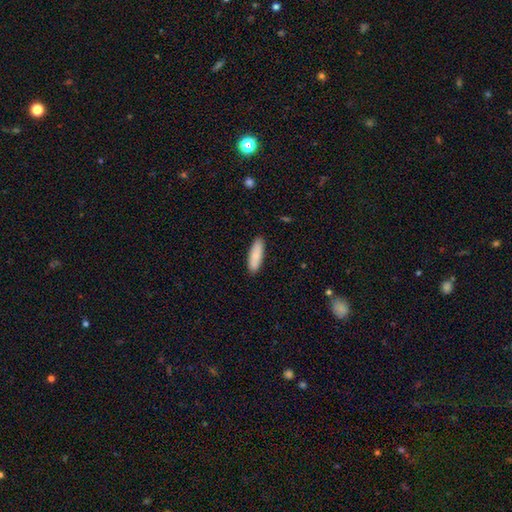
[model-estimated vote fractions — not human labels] This appears to be a smooth galaxy with no disk features (87%) that is cigar-shaped (51%). Merging: none (90%).